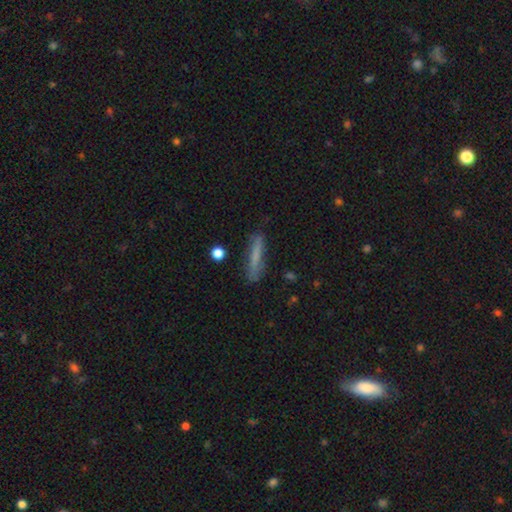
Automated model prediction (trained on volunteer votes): A smooth galaxy with no disk features (66%) that is cigar-shaped (90%).

Vote fractions:
- Smooth or featured? smooth: 66% / featured or disk: 26% / star or artifact: 8%
- How rounded? cigar-shaped: 90% / in between: 9% / round: 2%
- Merging? none: 78% / minor disturbance: 15% / major disturbance: 4% / merger: 2%